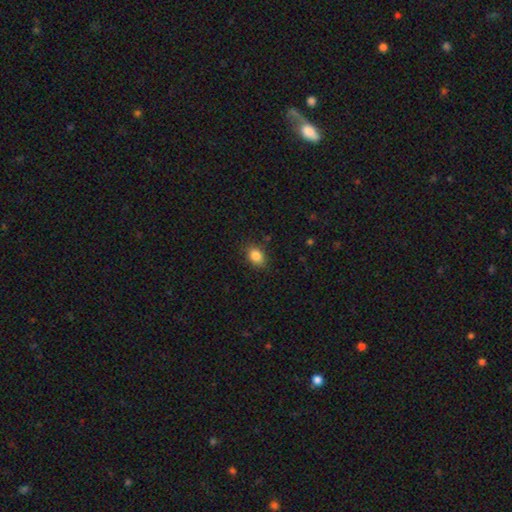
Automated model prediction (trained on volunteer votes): Morphology: type=smooth (85%); roundness=in between (70%); merging=none (85%).